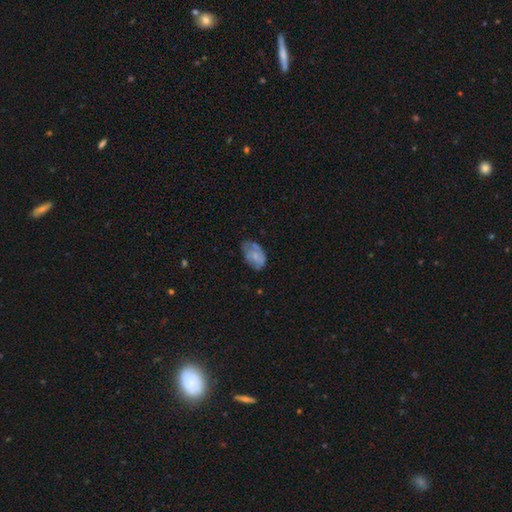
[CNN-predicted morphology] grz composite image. It shows a smooth galaxy with no disk features (53%) that is in between round and cigar-shaped (89%). Merging: none (46%).